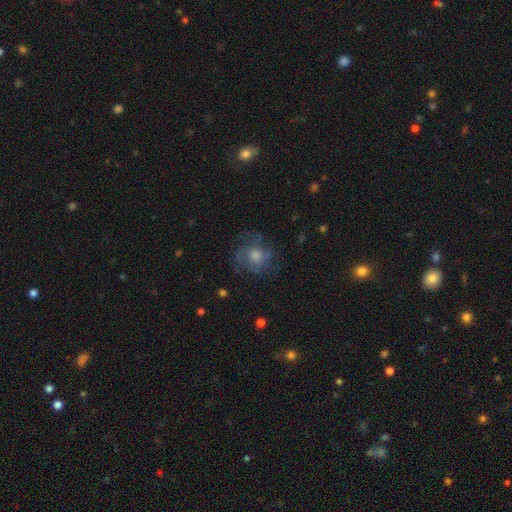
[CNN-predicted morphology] Q: Smooth or featured?
A: featured or disk (53%); runner-up: smooth (31%)
Q: Edge-on disk?
A: no (97%); runner-up: yes (3%)
Q: Bar?
A: no (81%); runner-up: weak (16%)
Q: Spiral arms?
A: yes (77%); runner-up: no (23%)
Q: Bulge size?
A: moderate (55%); runner-up: small (24%)
Q: Merging?
A: none (71%); runner-up: minor disturbance (16%)